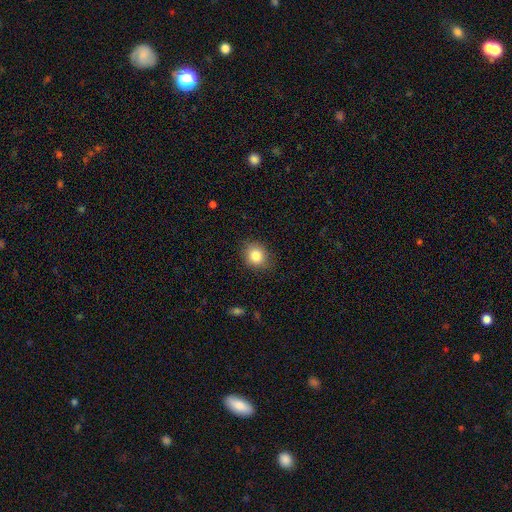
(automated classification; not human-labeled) This appears to be a smooth galaxy with no disk features (84%) that is round (67%). Merging: none (83%).